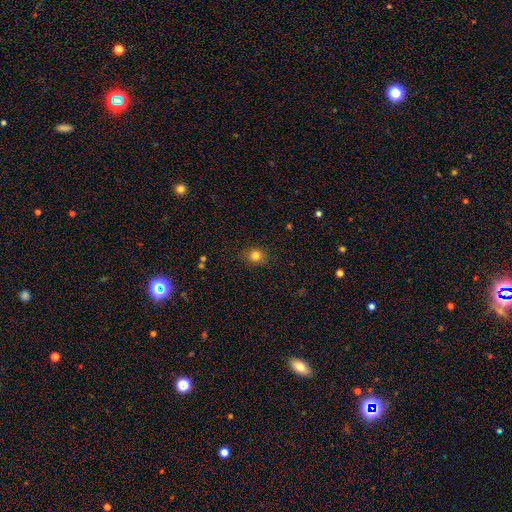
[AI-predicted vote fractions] Smooth or featured? smooth (82%)
How rounded? round (76%)
Merging? none (87%)